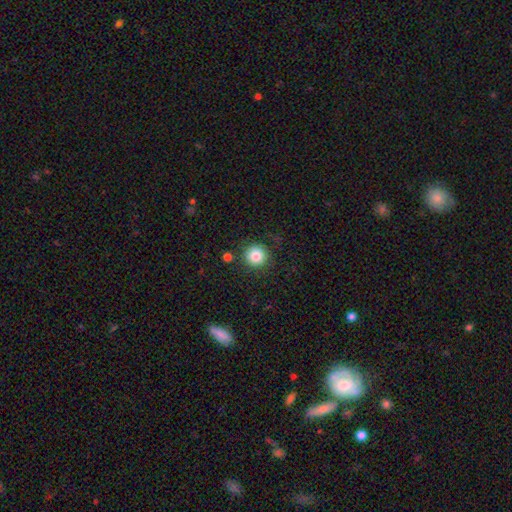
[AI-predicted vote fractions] This appears to be a smooth galaxy with no disk features (84%) that is round (95%). Merging: none (86%).